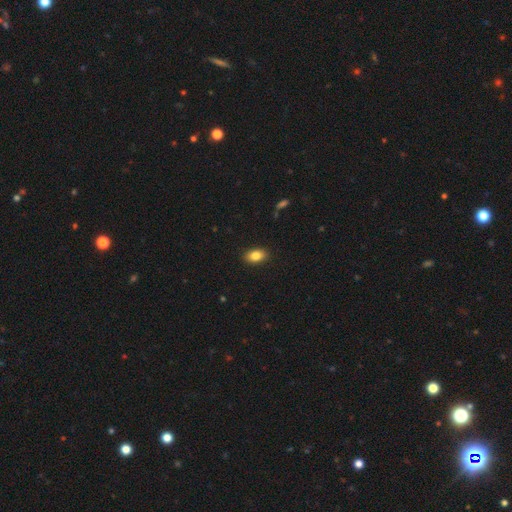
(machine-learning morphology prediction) Smooth or featured: smooth — 85% (star or artifact — 8%)
How rounded: in between — 87% (round — 12%)
Merging: none — 89% (minor disturbance — 8%)